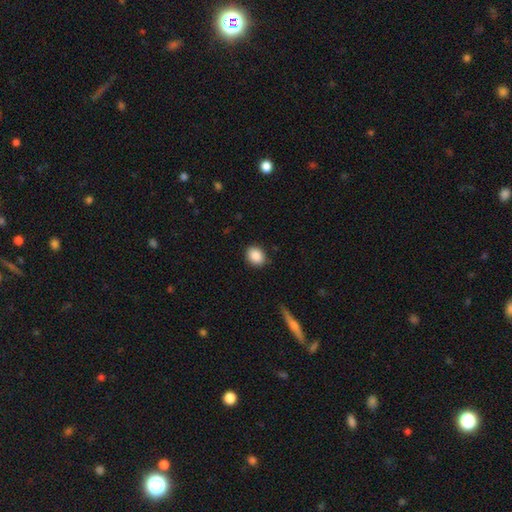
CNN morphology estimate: smooth 89%, star or artifact 8%, featured or disk 4%. Down the decision tree: how rounded — round (51%); merging — none (87%).